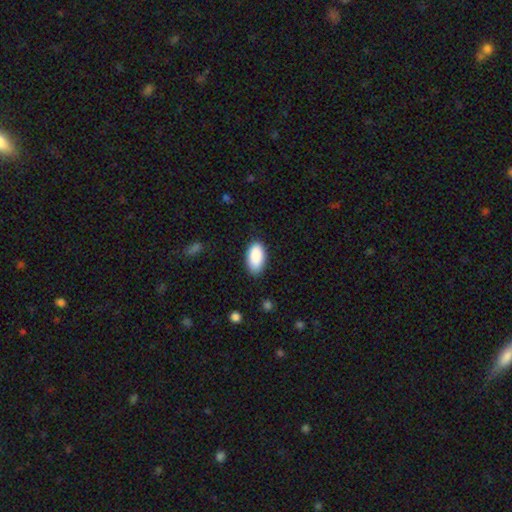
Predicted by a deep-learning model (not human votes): This appears to be a smooth galaxy with no disk features (90%) that is in between round and cigar-shaped (95%). Merging: none (84%).